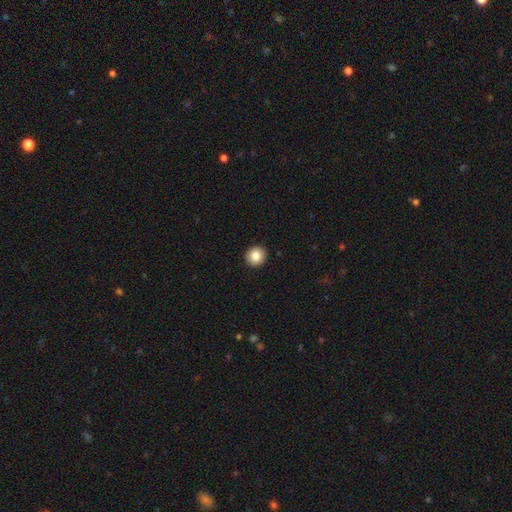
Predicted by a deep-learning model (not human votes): This is clearly a smooth galaxy (85%). How rounded: clearly round (88%). Merging: clearly none (93%).